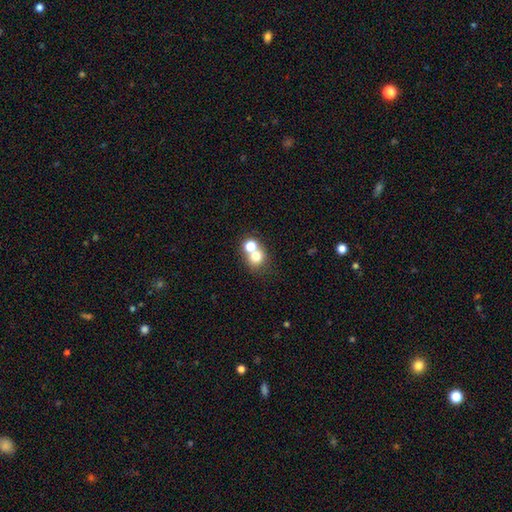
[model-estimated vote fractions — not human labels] Q: Smooth or featured?
A: smooth (70%); runner-up: star or artifact (16%)
Q: How rounded?
A: round (80%); runner-up: in between (19%)
Q: Merging?
A: merger (50%); runner-up: none (41%)